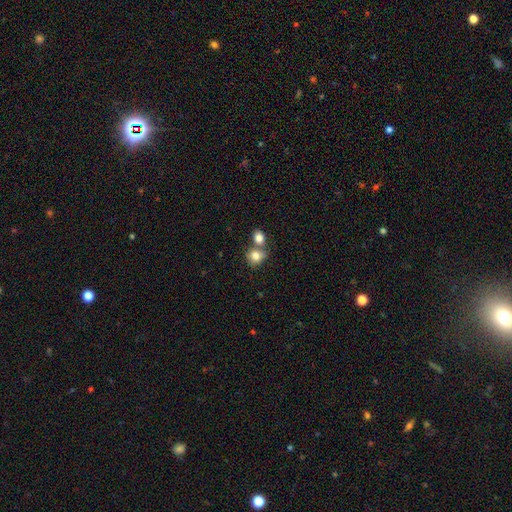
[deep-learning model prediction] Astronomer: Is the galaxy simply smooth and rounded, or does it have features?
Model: smooth — 81%.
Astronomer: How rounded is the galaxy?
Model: round — 66%.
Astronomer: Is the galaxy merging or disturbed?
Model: merger — 43% (runner-up: none, 42%).